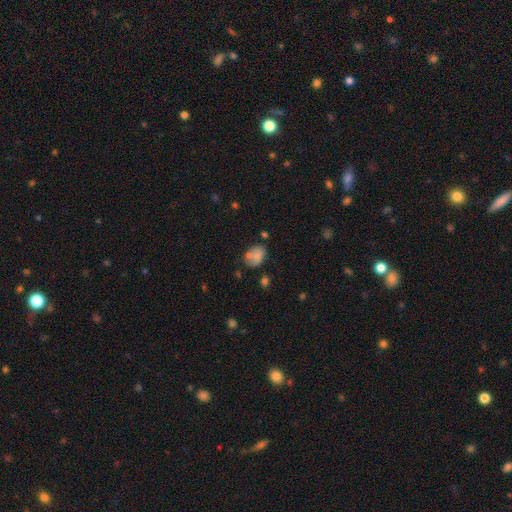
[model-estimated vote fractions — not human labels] This is likely a smooth galaxy (69%). How rounded: likely in between (76%). Merging: possibly none (46%).